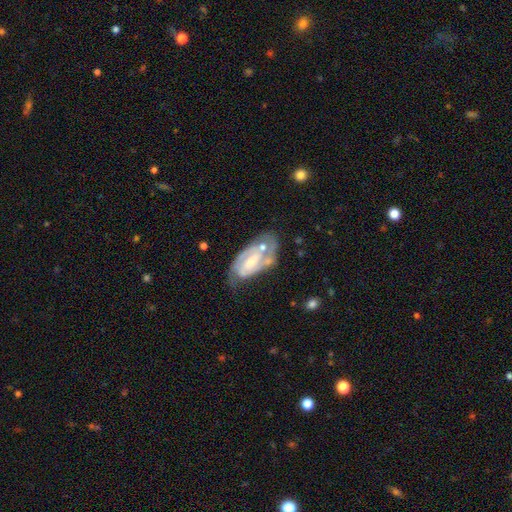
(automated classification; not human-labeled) Smooth or featured? Predicted: featured or disk (p=0.78). Edge-on disk? Predicted: no (p=0.96). Bar? Predicted: weak (p=0.43). Spiral arms? Predicted: yes (p=0.87). Spiral winding? Predicted: tight (p=0.46). Spiral arm count? Predicted: 2 (p=0.64). Bulge size? Predicted: small (p=0.43). Merging? Predicted: none (p=0.44).